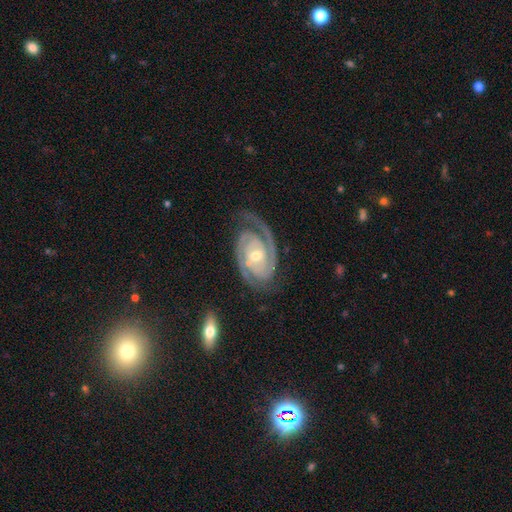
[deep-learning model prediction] Smooth or featured: featured or disk — 93% (star or artifact — 4%)
Edge-on disk: no — 97% (yes — 3%)
Bar: no — 54% (weak — 30%)
Spiral arms: yes — 98% (no — 2%)
Spiral winding: tight — 76% (medium — 21%)
Spiral arm count: 2 — 83% (3 — 6%)
Bulge size: moderate — 59% (small — 37%)
Merging: none — 76% (minor disturbance — 16%)